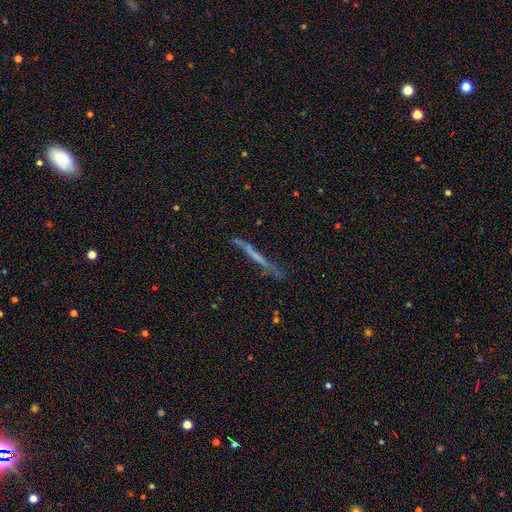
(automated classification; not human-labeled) Morphology: type=featured or disk (57%); edge-on=yes (93%); edge-on bulge=none (77%); merging=none (80%).